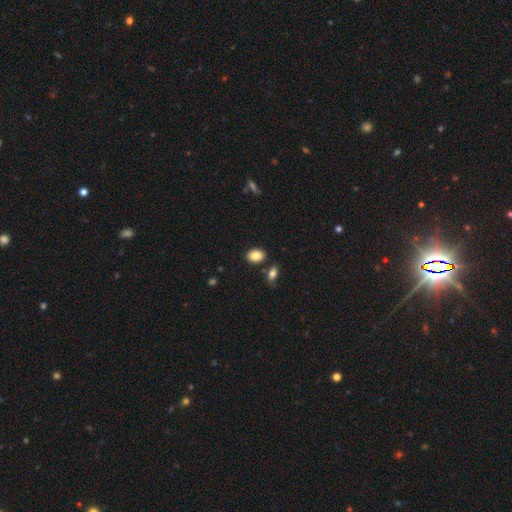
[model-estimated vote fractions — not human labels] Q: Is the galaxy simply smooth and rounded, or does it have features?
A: smooth — 85%.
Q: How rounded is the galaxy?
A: in between — 76%.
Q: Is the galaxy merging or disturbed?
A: none — 81%.